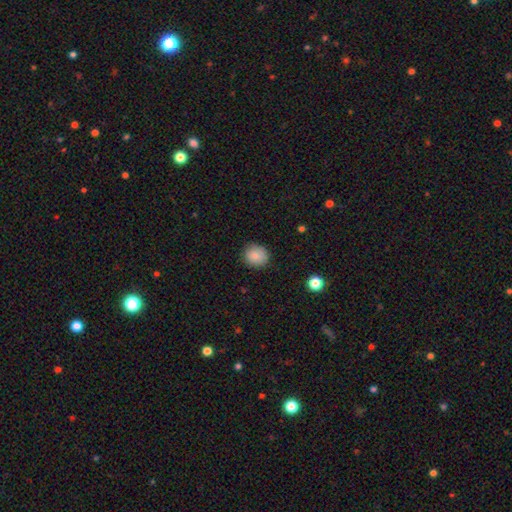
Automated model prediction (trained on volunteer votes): Smooth or featured?
  - smooth: 84% *
  - star or artifact: 9%
  - featured or disk: 7%
How rounded?
  - round: 82% *
  - in between: 17%
  - cigar-shaped: 1%
Merging?
  - none: 86% *
  - minor disturbance: 11%
  - major disturbance: 3%
  - merger: 1%